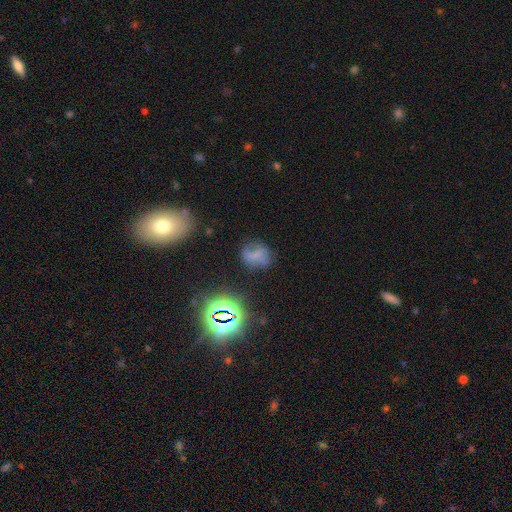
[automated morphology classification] A smooth galaxy with no disk features (48%).

Vote fractions:
- Smooth or featured? smooth: 48% / featured or disk: 27% / star or artifact: 25%
- Merging? none: 56% / minor disturbance: 24% / major disturbance: 16% / merger: 4%